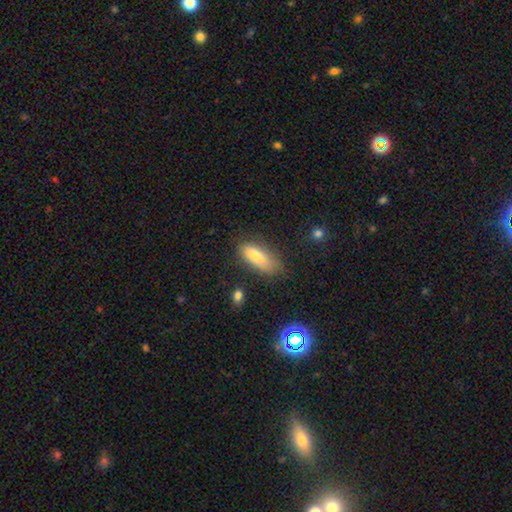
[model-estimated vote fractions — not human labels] smooth-or-featured: smooth: 80% | featured or disk: 12% | star or artifact: 8%
  how-rounded: in between: 72% | cigar-shaped: 26% | round: 2%
  merging: none: 66% | minor disturbance: 24% | major disturbance: 7% | merger: 3%